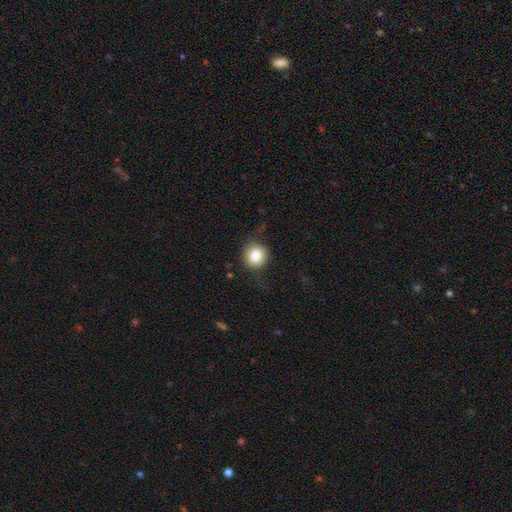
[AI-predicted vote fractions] Smooth or featured? Predicted: smooth (p=0.82). How rounded? Predicted: round (p=0.88). Merging? Predicted: none (p=0.77).